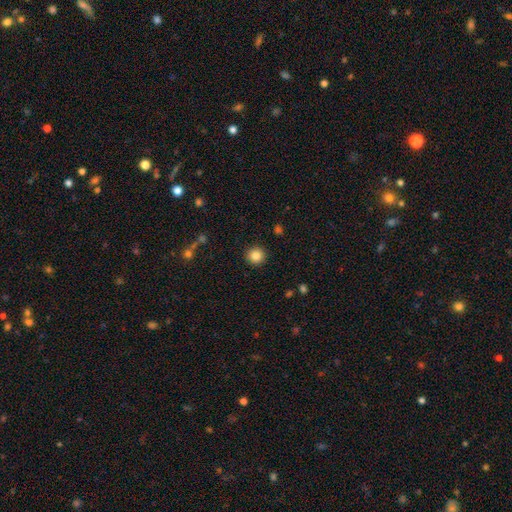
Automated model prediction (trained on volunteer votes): Morphology: type=smooth (85%); roundness=round (94%); merging=none (92%).